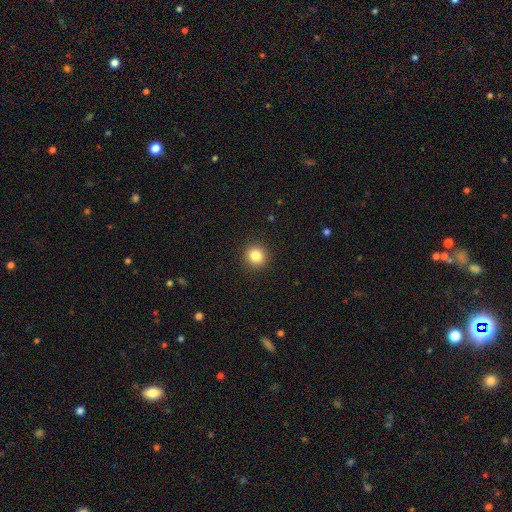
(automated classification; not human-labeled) smooth 84%, star or artifact 10%, featured or disk 5%. Down the decision tree: how rounded — round (92%); merging — none (92%).